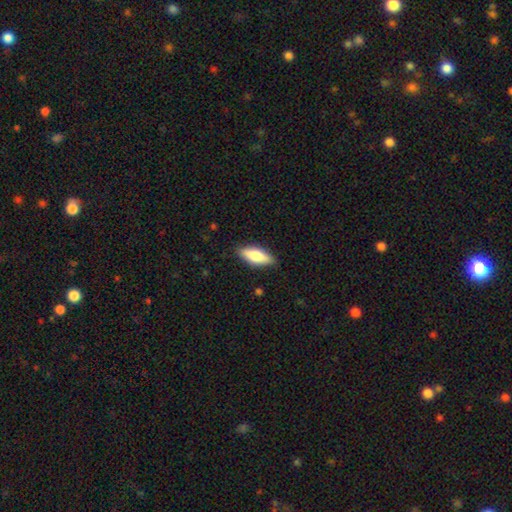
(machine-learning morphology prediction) Smooth or featured? smooth (70%)
How rounded? in between (66%)
Merging? none (86%)